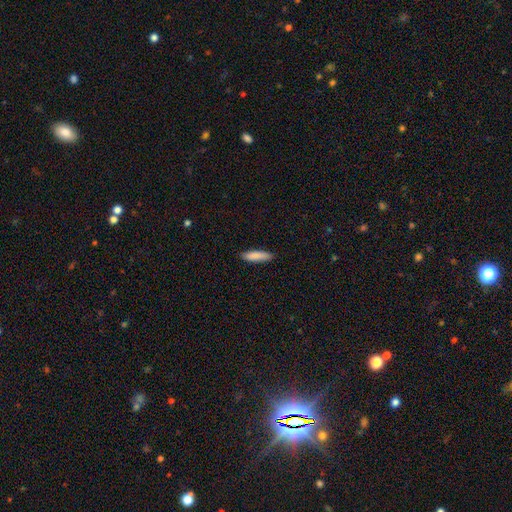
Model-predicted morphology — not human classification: This is clearly a smooth galaxy (86%). How rounded: likely cigar-shaped (72%). Merging: clearly none (87%).